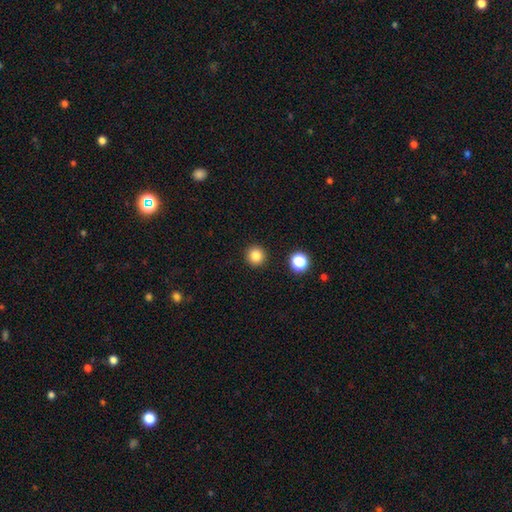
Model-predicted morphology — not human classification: smooth_or_featured: smooth (p=0.83) [alt: star or artifact p=0.12]
how_rounded: round (p=0.96) [alt: in between p=0.04]
merging: none (p=0.93) [alt: minor disturbance p=0.04]